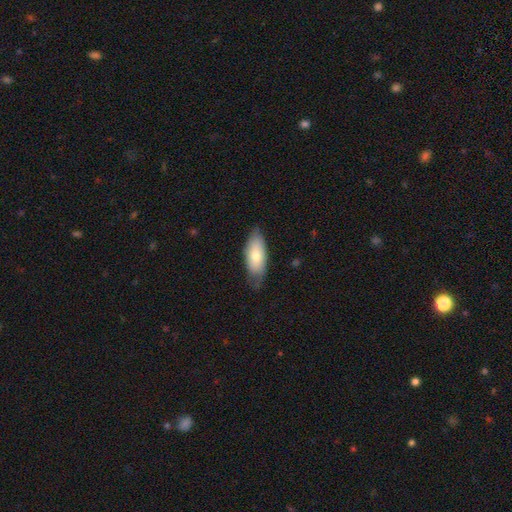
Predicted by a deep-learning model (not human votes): A smooth galaxy with no disk features (68%) that is in between round and cigar-shaped (82%). Merging: none (68%).